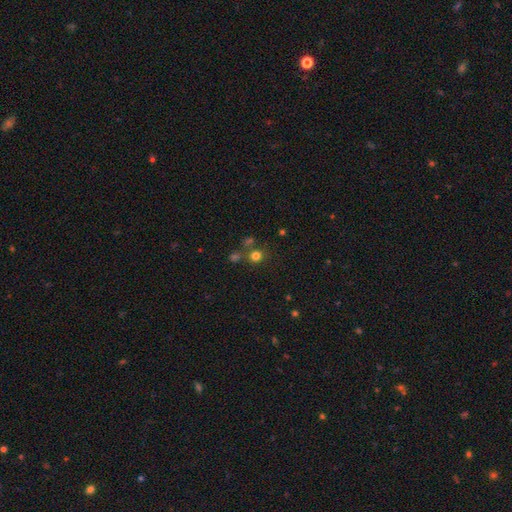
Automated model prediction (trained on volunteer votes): Overall: smooth (72%). How rounded: round (88%). Merging: none (71%).